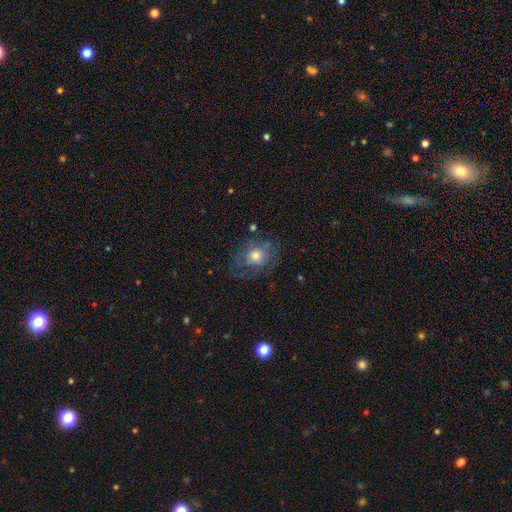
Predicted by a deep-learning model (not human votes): Smooth or featured?
  - smooth: 57% *
  - featured or disk: 32%
  - star or artifact: 11%
How rounded?
  - round: 62% *
  - in between: 37%
  - cigar-shaped: 1%
Merging?
  - none: 60% *
  - minor disturbance: 22%
  - major disturbance: 16%
  - merger: 2%